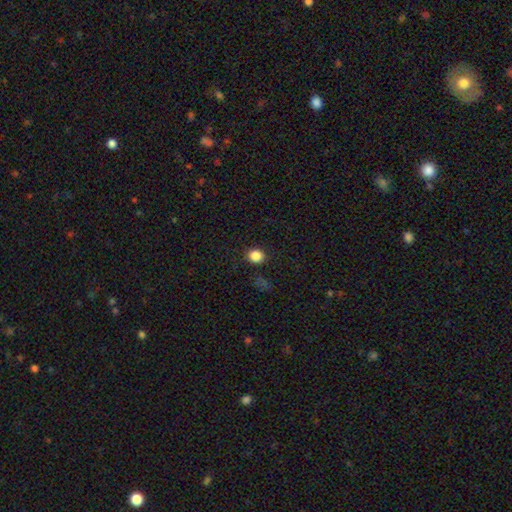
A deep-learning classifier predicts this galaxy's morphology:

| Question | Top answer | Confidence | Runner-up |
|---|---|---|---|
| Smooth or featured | smooth | 85% | star or artifact (11%) |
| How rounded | round | 70% | in between (29%) |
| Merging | none | 88% | minor disturbance (8%) |